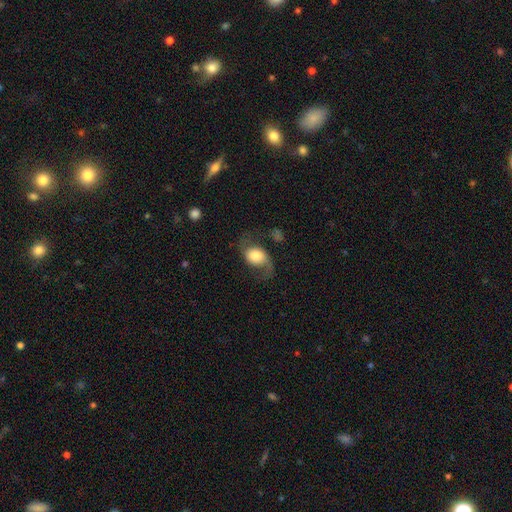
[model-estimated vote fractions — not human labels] smooth_or_featured: featured or disk (p=0.59) [alt: smooth p=0.34]
disk_edge_on: no (p=0.96) [alt: yes p=0.04]
bar: no (p=0.64) [alt: weak p=0.28]
has_spiral_arms: yes (p=0.89) [alt: no p=0.11]
spiral_winding: loose (p=0.73) [alt: medium p=0.22]
spiral_arm_count: 2 (p=0.79) [alt: 1 p=0.16]
bulge_size: large (p=0.44) [alt: moderate p=0.28]
merging: none (p=0.51) [alt: major disturbance p=0.25]